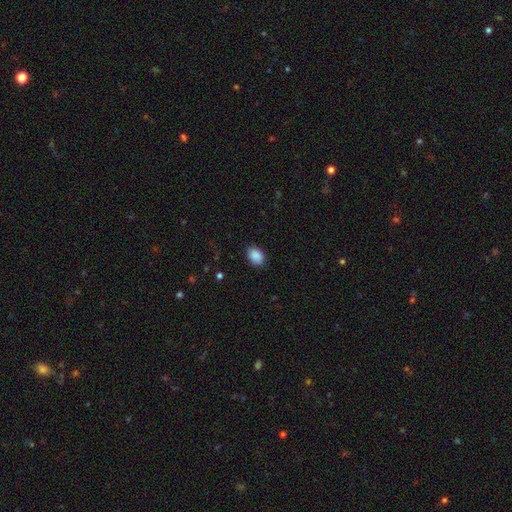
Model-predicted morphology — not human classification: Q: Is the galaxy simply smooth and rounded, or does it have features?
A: smooth — 90%.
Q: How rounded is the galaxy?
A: in between — 77%.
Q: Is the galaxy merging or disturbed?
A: none — 87%.